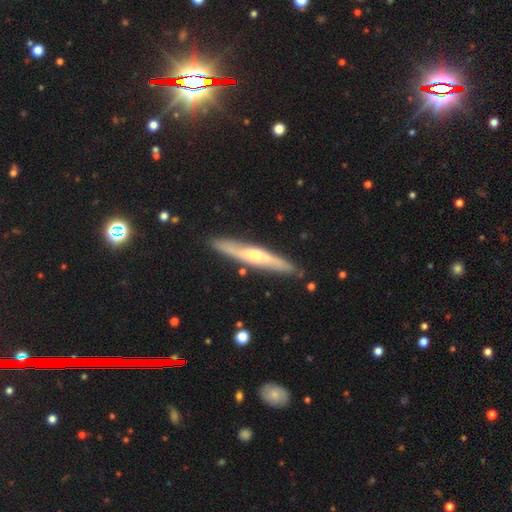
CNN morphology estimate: Smooth or featured?
  - featured or disk: 61% *
  - smooth: 33%
  - star or artifact: 5%
Edge-on disk?
  - yes: 81% *
  - no: 19%
Merging?
  - none: 85% *
  - minor disturbance: 11%
  - major disturbance: 2%
  - merger: 2%